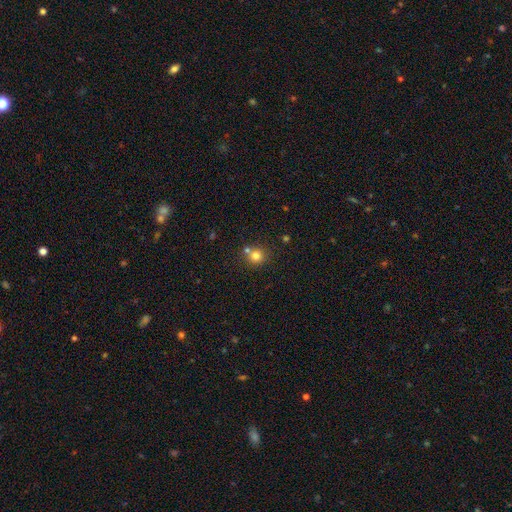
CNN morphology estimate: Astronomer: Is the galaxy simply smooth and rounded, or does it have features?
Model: smooth — 78%.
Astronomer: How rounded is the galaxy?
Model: round — 89%.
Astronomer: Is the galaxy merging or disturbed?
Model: none — 64%.